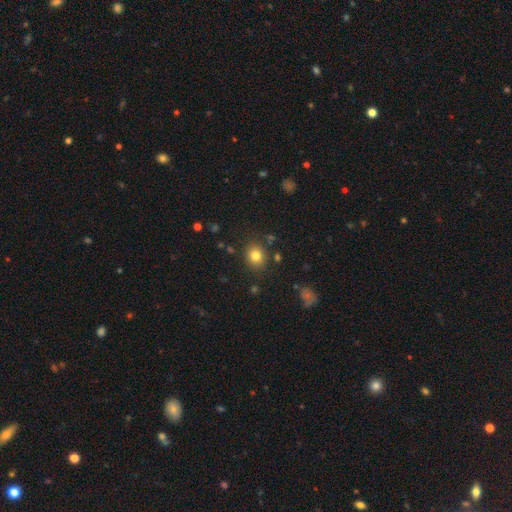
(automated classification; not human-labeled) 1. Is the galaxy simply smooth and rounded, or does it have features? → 80% smooth, 12% star or artifact, 8% featured or disk.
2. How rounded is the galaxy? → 69% round, 30% in between, 1% cigar-shaped.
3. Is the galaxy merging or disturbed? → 84% none, 10% minor disturbance, 3% major disturbance, 3% merger.